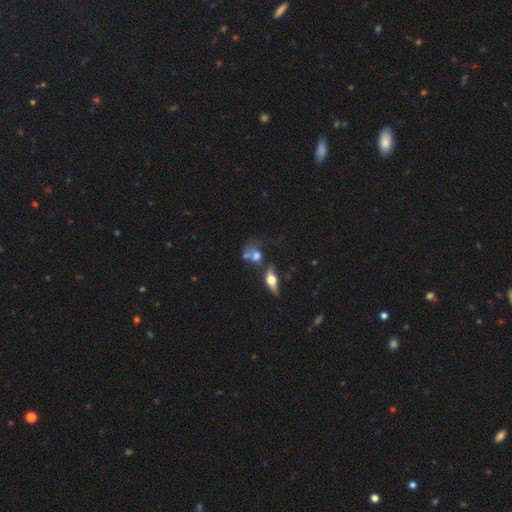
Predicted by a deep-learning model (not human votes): Smooth or featured: smooth — 45% (featured or disk — 41%)
Merging: merger — 46% (none — 27%)